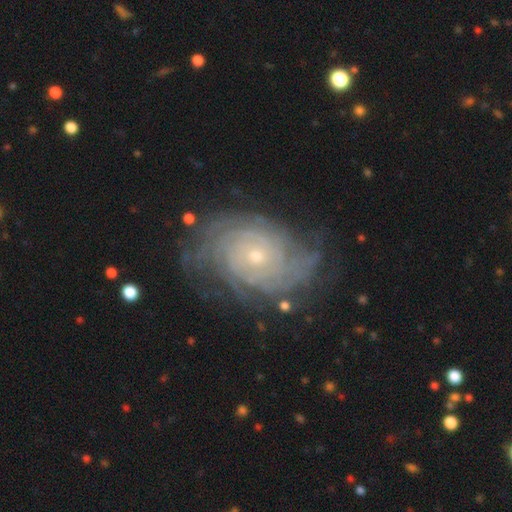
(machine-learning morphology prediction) Smooth or featured? Predicted: featured or disk (p=0.86). Edge-on disk? Predicted: no (p=0.97). Bar? Predicted: no (p=0.80). Spiral arms? Predicted: yes (p=0.96). Spiral winding? Predicted: tight (p=0.76). Spiral arm count? Predicted: can't tell (p=0.37). Bulge size? Predicted: small (p=0.73). Merging? Predicted: none (p=0.73).